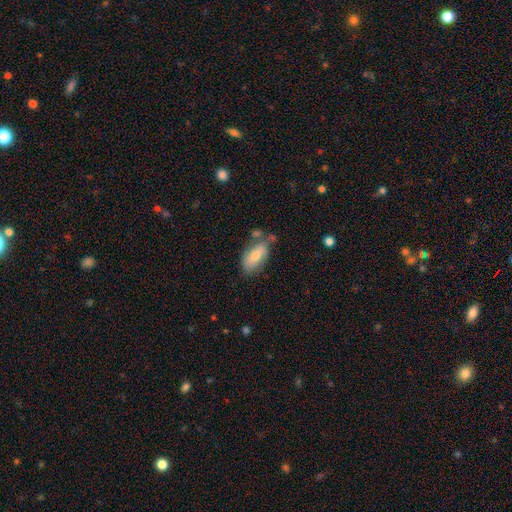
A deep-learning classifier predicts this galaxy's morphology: This is likely a smooth galaxy (71%). How rounded: clearly in between (90%). Merging: possibly none (54%).